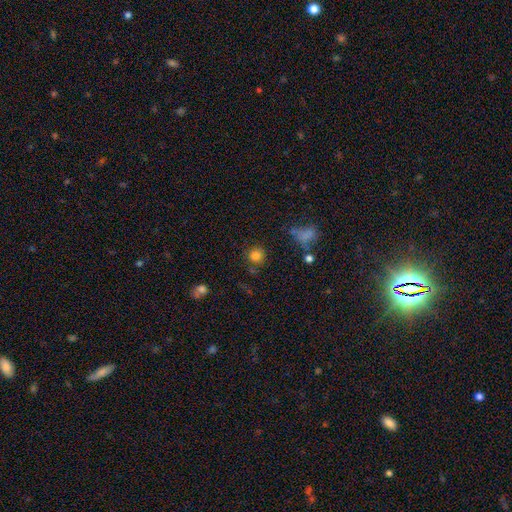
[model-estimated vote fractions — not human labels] smooth-or-featured: smooth: 81% | star or artifact: 13% | featured or disk: 6%
  how-rounded: round: 89% | in between: 10% | cigar-shaped: 1%
  merging: none: 77% | minor disturbance: 11% | merger: 7% | major disturbance: 5%